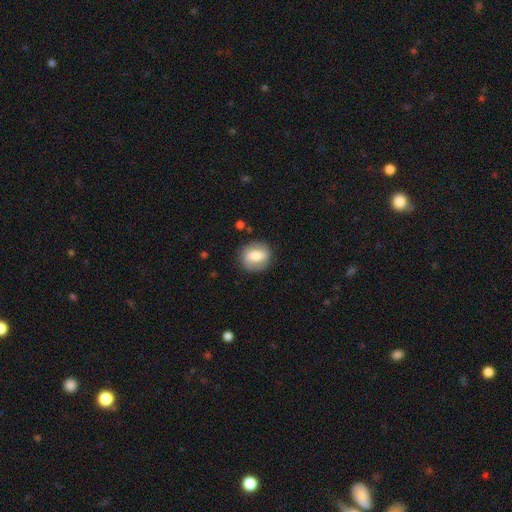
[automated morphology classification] Q: Smooth or featured?
A: smooth (63%); runner-up: featured or disk (30%)
Q: How rounded?
A: round (70%); runner-up: in between (28%)
Q: Merging?
A: none (84%); runner-up: minor disturbance (11%)